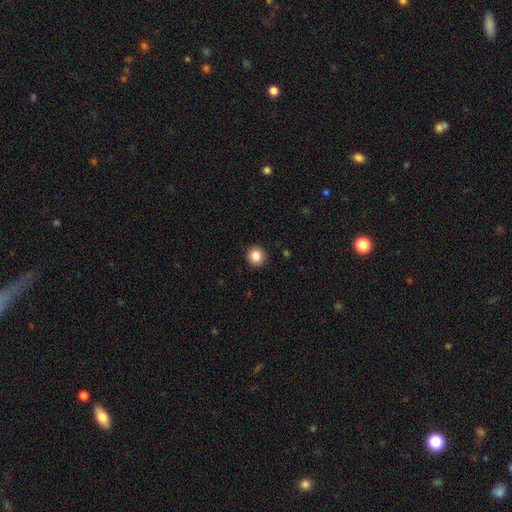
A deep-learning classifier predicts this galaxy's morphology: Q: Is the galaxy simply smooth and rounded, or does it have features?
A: smooth — 85%.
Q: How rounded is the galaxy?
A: round — 93%.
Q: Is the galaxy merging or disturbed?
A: none — 93%.